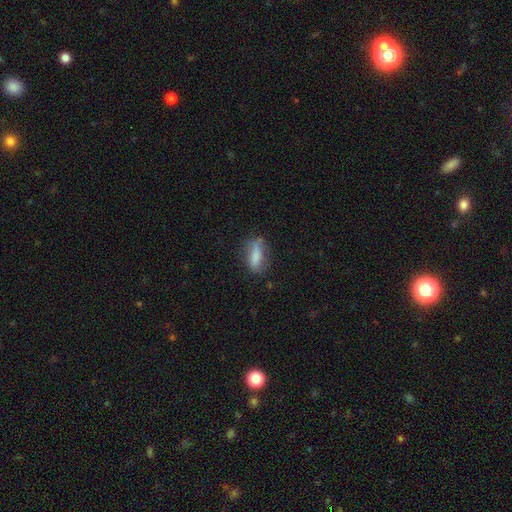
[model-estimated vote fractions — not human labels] This appears to be a smooth galaxy with no disk features (72%) that is in between round and cigar-shaped (62%). Merging: none (56%).